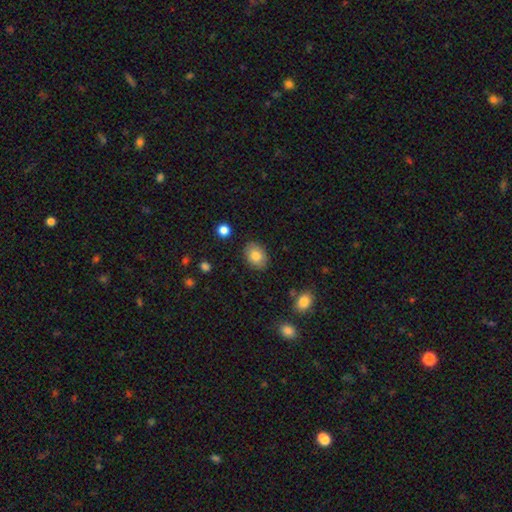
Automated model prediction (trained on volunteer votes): smooth 81%, featured or disk 11%, star or artifact 8%. Down the decision tree: how rounded — in between (72%); merging — none (85%).